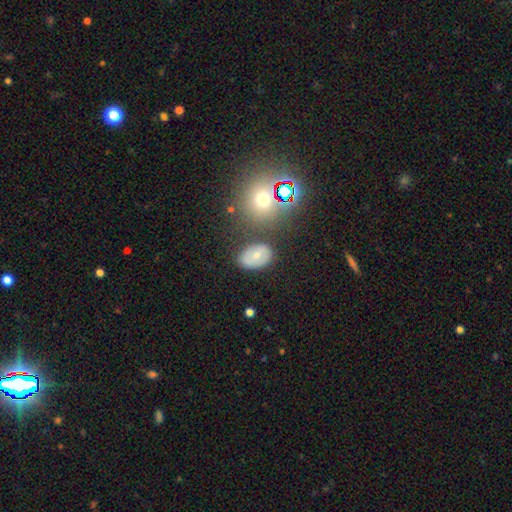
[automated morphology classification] smooth 60%, featured or disk 28%, star or artifact 12%. Down the decision tree: how rounded — in between (82%); merging — none (72%).